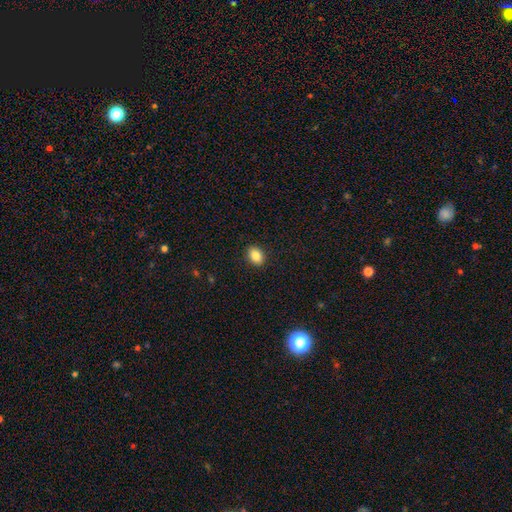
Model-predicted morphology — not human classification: Smooth or featured? smooth (86%)
How rounded? in between (75%)
Merging? none (90%)